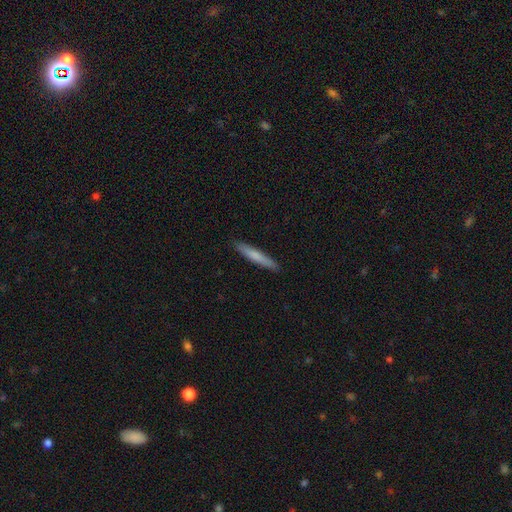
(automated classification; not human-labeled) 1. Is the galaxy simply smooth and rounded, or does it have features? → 73% smooth, 21% featured or disk, 6% star or artifact.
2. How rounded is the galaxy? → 94% cigar-shaped, 5% in between, 1% round.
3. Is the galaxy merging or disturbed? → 90% none, 7% minor disturbance, 1% major disturbance, 1% merger.